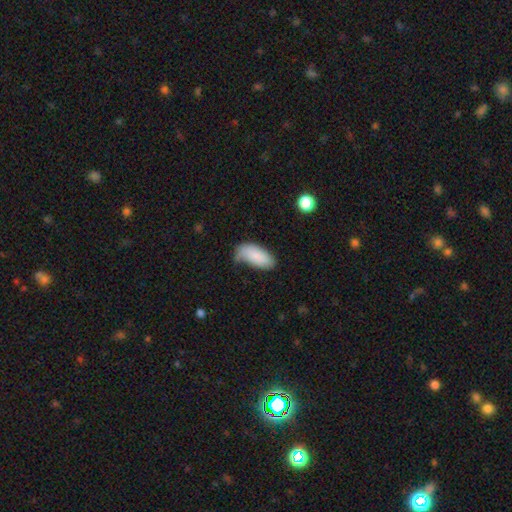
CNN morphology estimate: smooth-or-featured: smooth: 84% | featured or disk: 10% | star or artifact: 6%
  how-rounded: in between: 92% | cigar-shaped: 6% | round: 2%
  merging: none: 47% | minor disturbance: 35% | major disturbance: 14% | merger: 4%